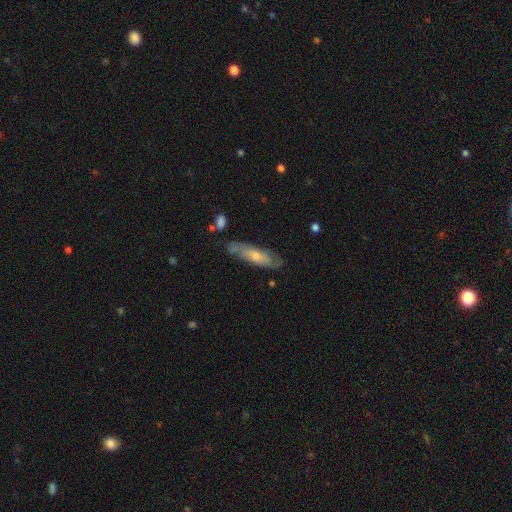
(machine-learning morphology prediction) Q: Smooth or featured?
A: featured or disk (52%); runner-up: smooth (41%)
Q: Edge-on disk?
A: no (57%); runner-up: yes (43%)
Q: Merging?
A: none (74%); runner-up: minor disturbance (18%)